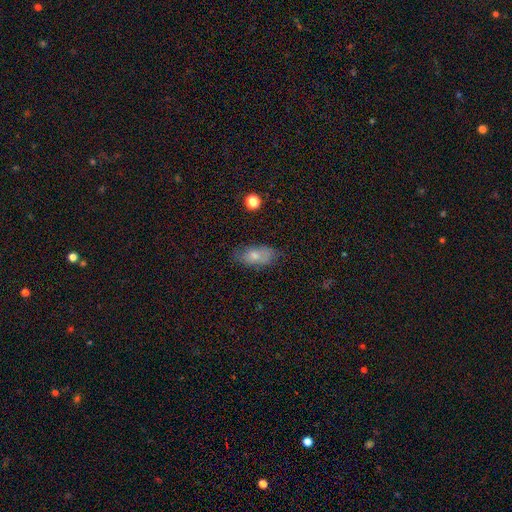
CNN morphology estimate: Smooth or featured? Predicted: smooth (p=0.73). How rounded? Predicted: in between (p=0.89). Merging? Predicted: none (p=0.70).